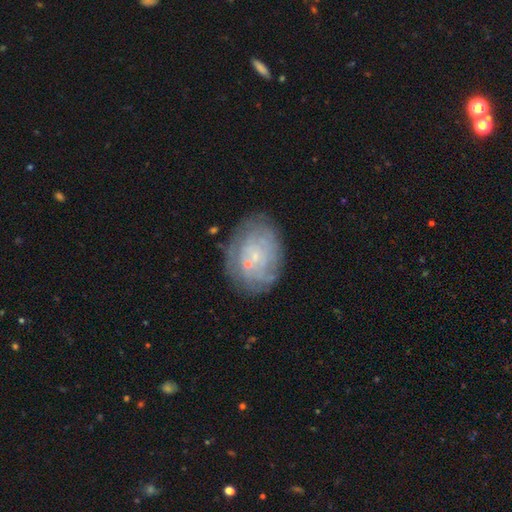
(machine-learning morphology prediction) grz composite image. It shows a featured or disk galaxy (62%) with no bar (83%), spiral arms (63%) and a small central bulge (83%). Merging: none (68%).